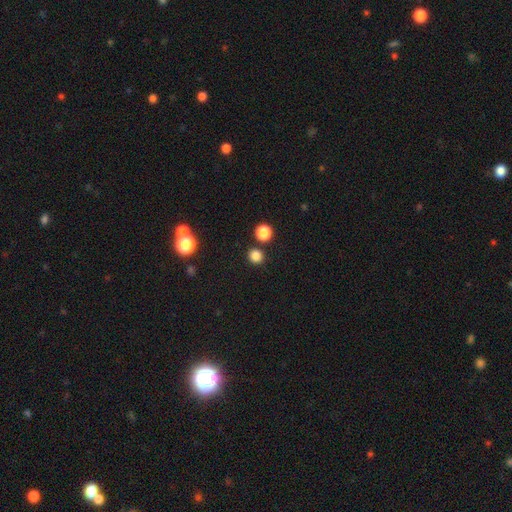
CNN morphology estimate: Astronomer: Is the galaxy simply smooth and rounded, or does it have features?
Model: smooth — 82%.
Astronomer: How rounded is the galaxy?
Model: round — 90%.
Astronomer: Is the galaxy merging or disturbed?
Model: none — 82%.